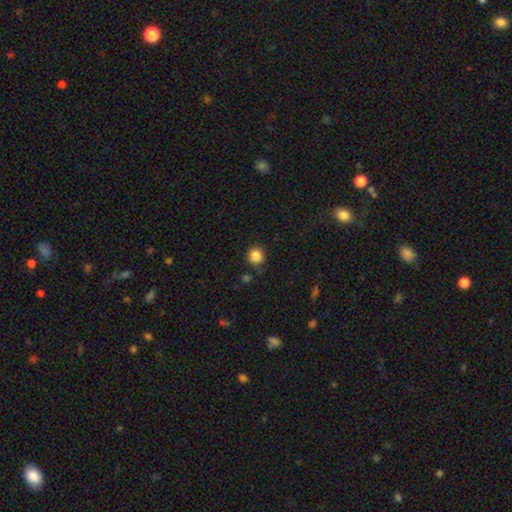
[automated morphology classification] This appears to be a smooth galaxy with no disk features (86%) that is round (92%). Merging: none (85%).